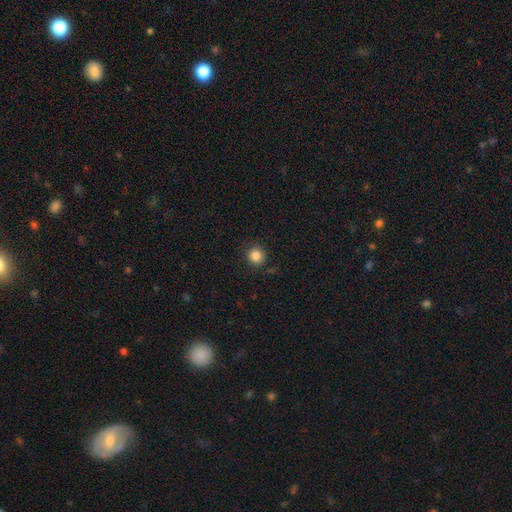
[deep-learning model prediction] Morphology: type=smooth (85%); roundness=round (92%); merging=none (89%).